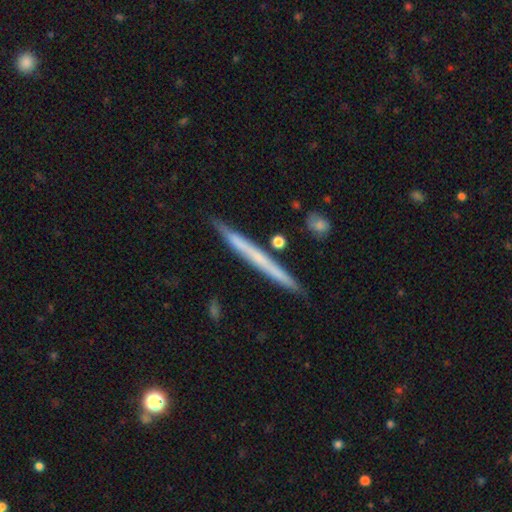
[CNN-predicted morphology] type=featured or disk (48%); merging=none (86%).